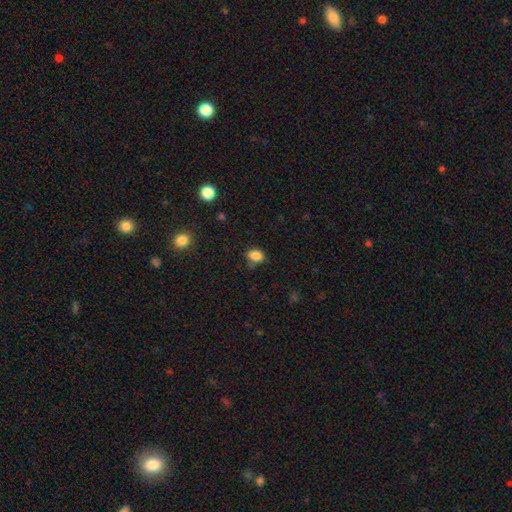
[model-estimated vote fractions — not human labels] Smooth or featured? smooth (84%)
How rounded? in between (72%)
Merging? none (60%)